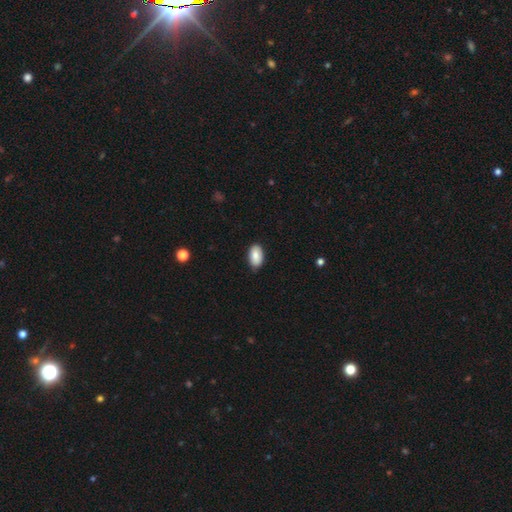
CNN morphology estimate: Smooth or featured? smooth (85%)
How rounded? in between (94%)
Merging? none (83%)